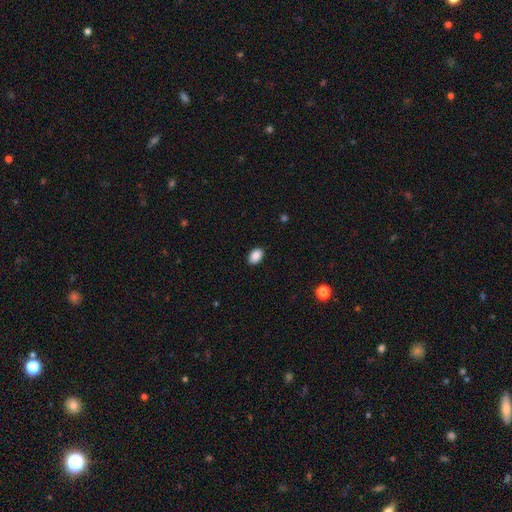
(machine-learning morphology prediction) Smooth or featured: smooth — 90% (star or artifact — 8%)
How rounded: in between — 89% (round — 10%)
Merging: none — 89% (minor disturbance — 8%)